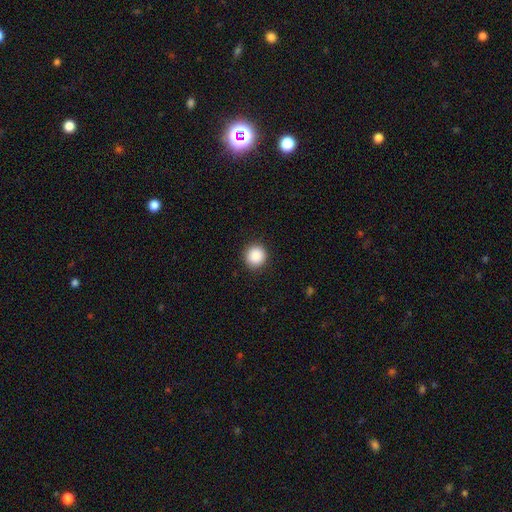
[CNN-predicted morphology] Smooth or featured? Predicted: smooth (p=0.89). How rounded? Predicted: round (p=0.93). Merging? Predicted: none (p=0.92).